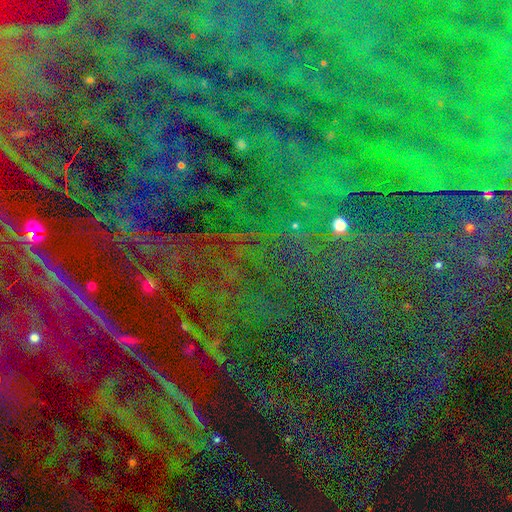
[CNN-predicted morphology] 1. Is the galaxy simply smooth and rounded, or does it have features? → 86% star or artifact, 7% smooth, 7% featured or disk.